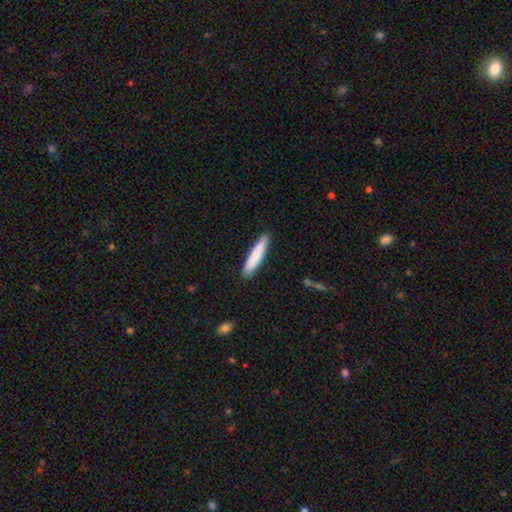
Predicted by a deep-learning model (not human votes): Smooth or featured?
  - smooth: 82% *
  - featured or disk: 13%
  - star or artifact: 5%
How rounded?
  - cigar-shaped: 89% *
  - in between: 10%
  - round: 1%
Merging?
  - none: 90% *
  - minor disturbance: 8%
  - major disturbance: 1%
  - merger: 1%